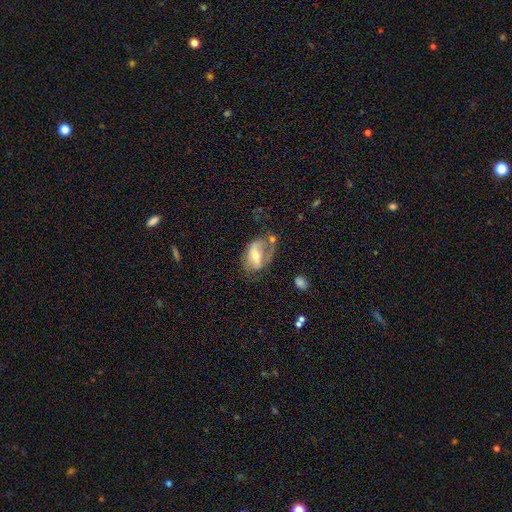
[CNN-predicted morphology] A featured or disk galaxy (57%) with a strong bar (41%), spiral arms (57%) and a moderate central bulge (57%). Merging: none (37%).